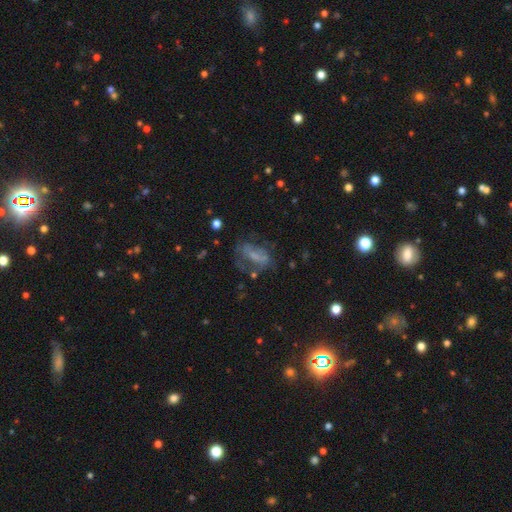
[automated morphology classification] Q: Smooth or featured?
A: featured or disk (52%); runner-up: smooth (34%)
Q: Edge-on disk?
A: no (93%); runner-up: yes (7%)
Q: Merging?
A: none (42%); runner-up: major disturbance (31%)